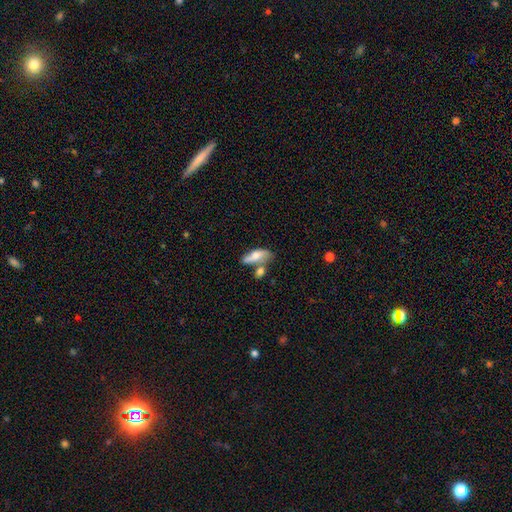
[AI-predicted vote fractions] This appears to be a smooth galaxy with no disk features (59%) that is in between round and cigar-shaped (72%). Merging: none (42%).